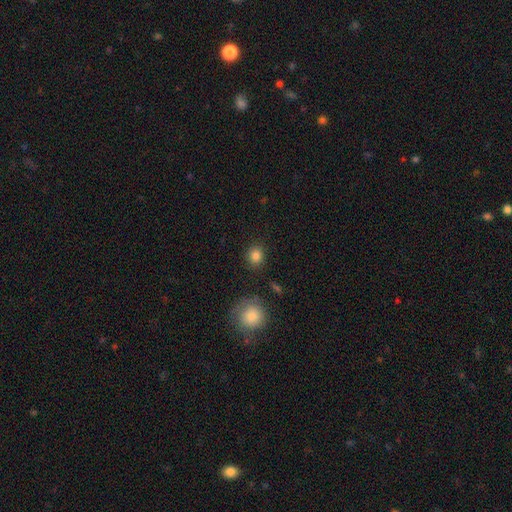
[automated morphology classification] Smooth or featured? smooth (85%)
How rounded? round (78%)
Merging? none (86%)